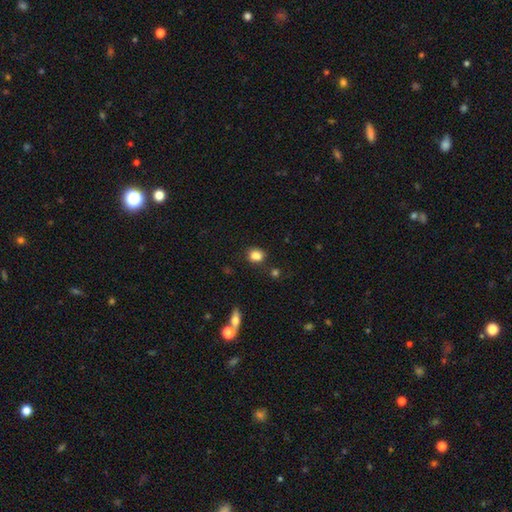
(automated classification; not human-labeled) Morphology: type=smooth (84%); roundness=round (56%); merging=none (73%).